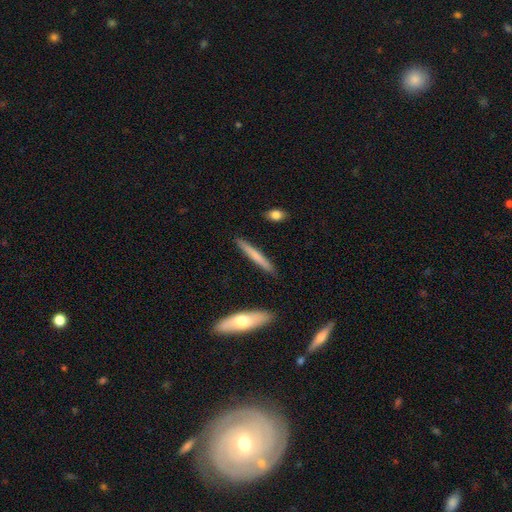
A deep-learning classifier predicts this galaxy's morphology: Q: Smooth or featured?
A: smooth (62%); runner-up: featured or disk (33%)
Q: How rounded?
A: cigar-shaped (95%); runner-up: in between (4%)
Q: Merging?
A: none (89%); runner-up: minor disturbance (7%)